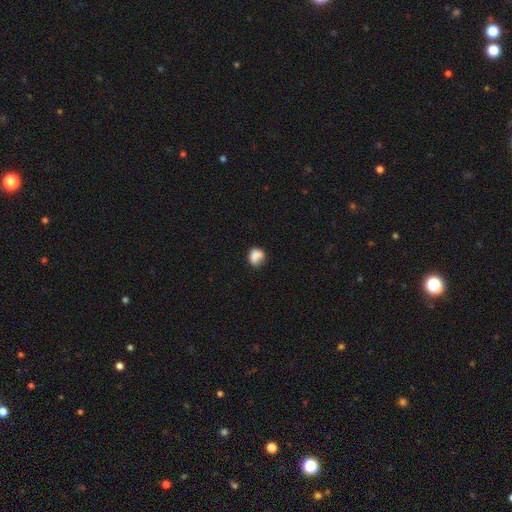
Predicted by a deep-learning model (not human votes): Smooth or featured? Predicted: smooth (p=0.80). How rounded? Predicted: round (p=0.62). Merging? Predicted: none (p=0.51).